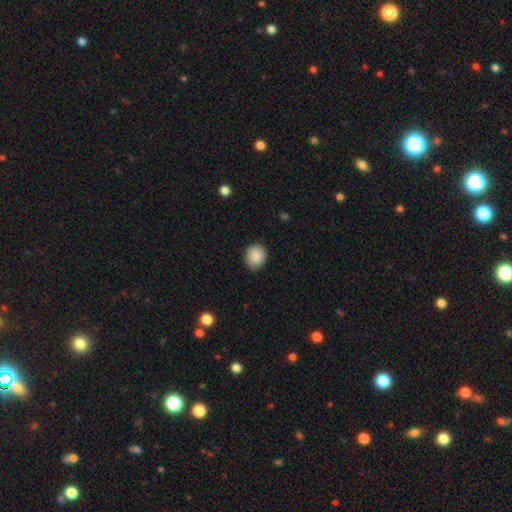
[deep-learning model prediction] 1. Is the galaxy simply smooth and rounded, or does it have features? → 89% smooth, 7% star or artifact, 4% featured or disk.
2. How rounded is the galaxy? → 67% round, 32% in between, 1% cigar-shaped.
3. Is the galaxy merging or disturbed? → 84% none, 12% minor disturbance, 2% major disturbance, 1% merger.